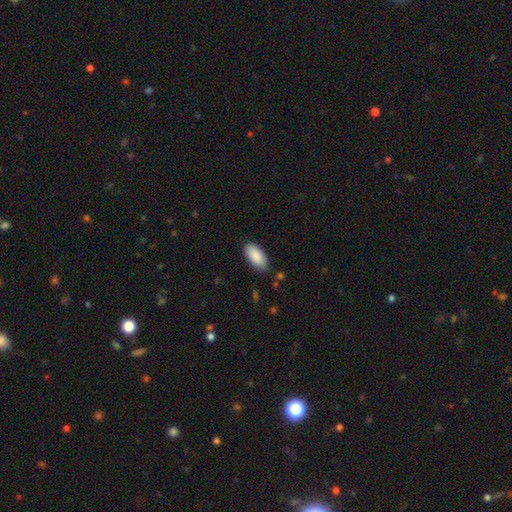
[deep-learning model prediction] Smooth or featured? Predicted: smooth (p=0.90). How rounded? Predicted: in between (p=0.93). Merging? Predicted: none (p=0.86).